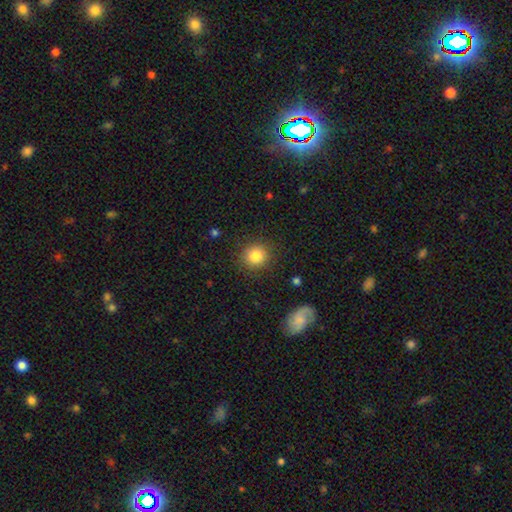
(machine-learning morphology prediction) A smooth galaxy with no disk features (83%) that is round (85%). Merging: none (87%).